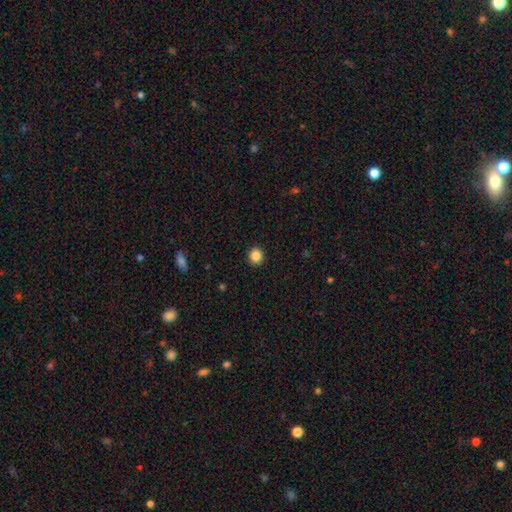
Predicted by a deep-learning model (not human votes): Smooth or featured? Predicted: smooth (p=0.86). How rounded? Predicted: round (p=0.87). Merging? Predicted: none (p=0.92).